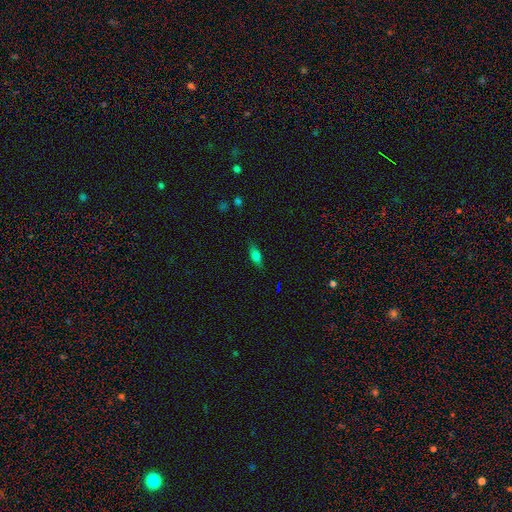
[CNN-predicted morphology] Smooth or featured?
  - smooth: 72% *
  - featured or disk: 17%
  - star or artifact: 12%
How rounded?
  - in between: 73% *
  - cigar-shaped: 22%
  - round: 4%
Merging?
  - none: 82% *
  - minor disturbance: 13%
  - major disturbance: 3%
  - merger: 1%